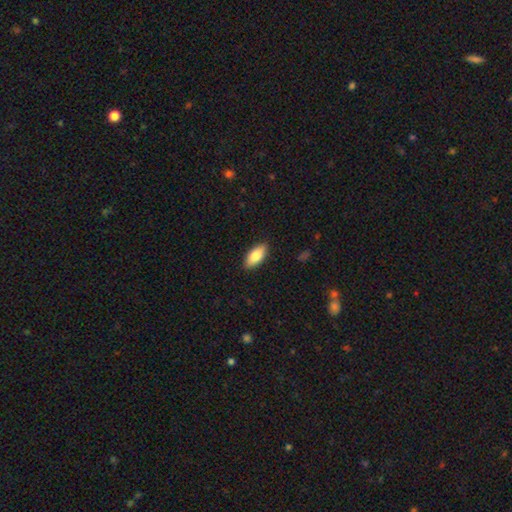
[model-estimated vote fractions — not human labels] This is clearly a smooth galaxy (82%). How rounded: clearly in between (88%). Merging: clearly none (89%).